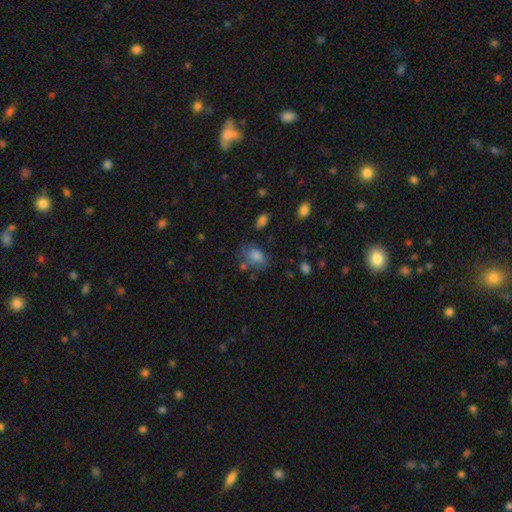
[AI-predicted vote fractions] Overall: smooth (74%). How rounded: in between (79%). Merging: none (54%; minor disturbance 24%).